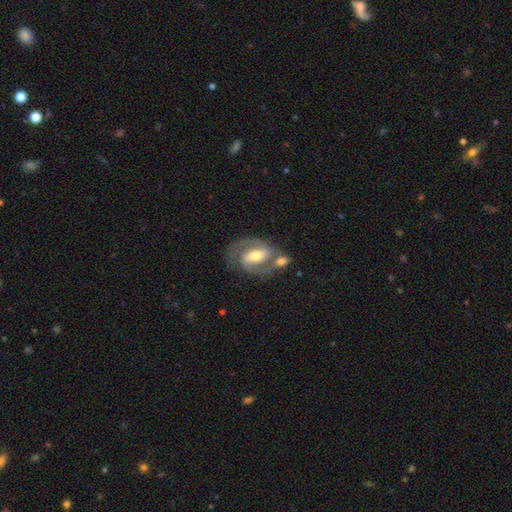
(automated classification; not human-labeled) Q: Smooth or featured?
A: featured or disk (83%); runner-up: smooth (12%)
Q: Edge-on disk?
A: no (96%); runner-up: yes (4%)
Q: Bar?
A: strong (46%); runner-up: weak (38%)
Q: Spiral arms?
A: yes (93%); runner-up: no (7%)
Q: Spiral winding?
A: medium (56%); runner-up: tight (29%)
Q: Spiral arm count?
A: 2 (89%); runner-up: can't tell (5%)
Q: Bulge size?
A: moderate (65%); runner-up: small (22%)
Q: Merging?
A: none (55%); runner-up: merger (24%)